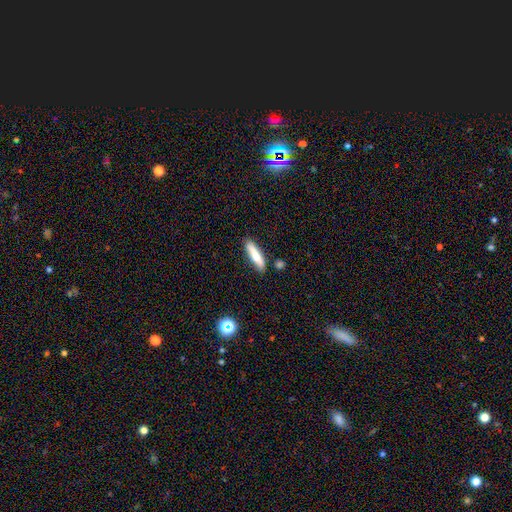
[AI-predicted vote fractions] A smooth galaxy with no disk features (72%) that is cigar-shaped (75%).

Vote fractions:
- Smooth or featured? smooth: 72% / featured or disk: 21% / star or artifact: 6%
- How rounded? cigar-shaped: 75% / in between: 23% / round: 2%
- Merging? none: 81% / minor disturbance: 12% / merger: 4% / major disturbance: 2%